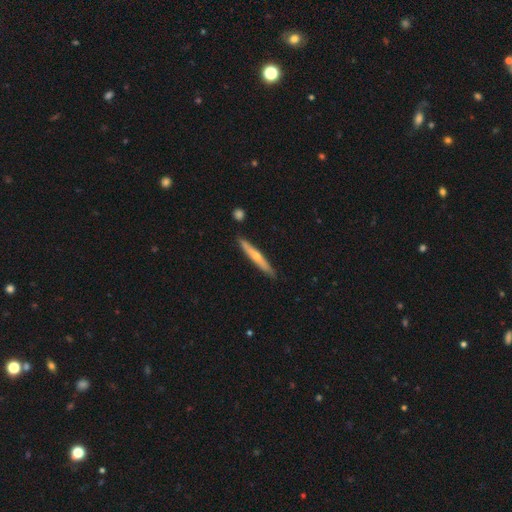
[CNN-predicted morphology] smooth_or_featured: featured or disk (p=0.58) [alt: smooth p=0.37]
disk_edge_on: yes (p=0.95) [alt: no p=0.05]
edge_on_bulge: rounded (p=0.77) [alt: none p=0.21]
merging: none (p=0.87) [alt: minor disturbance p=0.09]